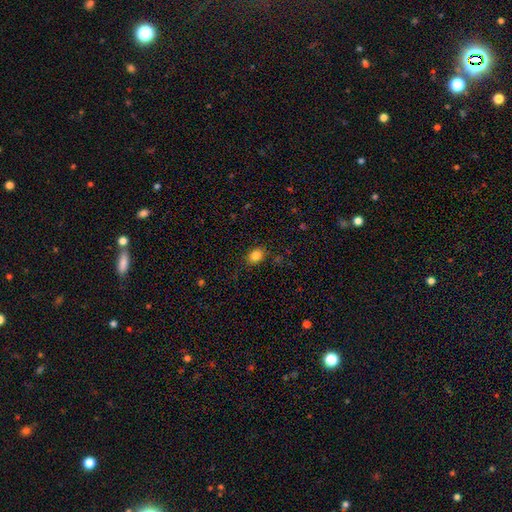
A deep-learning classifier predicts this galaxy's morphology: This appears to be a smooth galaxy with no disk features (84%) that is in between round and cigar-shaped (58%). Merging: none (84%).